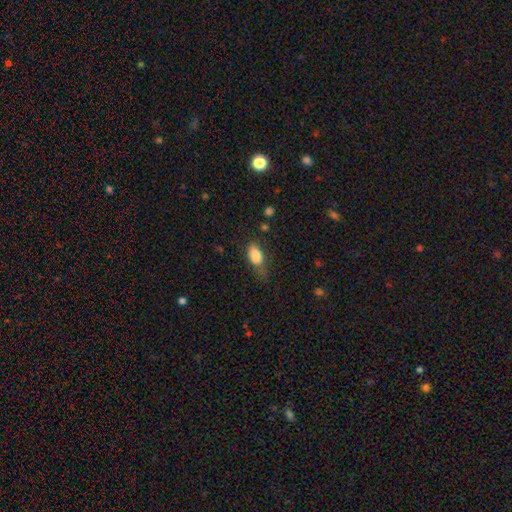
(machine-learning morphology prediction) Q: Smooth or featured?
A: smooth (84%); runner-up: star or artifact (8%)
Q: How rounded?
A: in between (86%); runner-up: cigar-shaped (8%)
Q: Merging?
A: none (43%); runner-up: minor disturbance (35%)